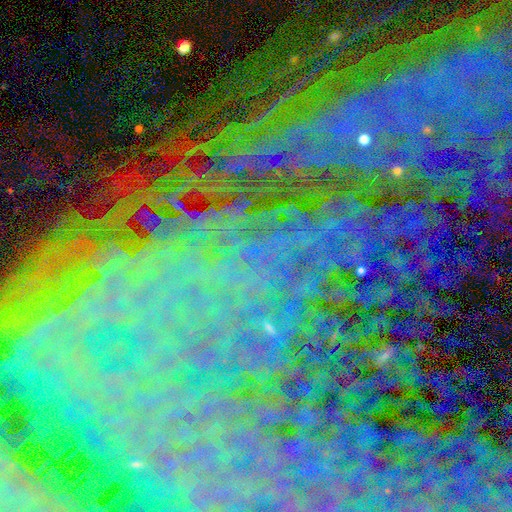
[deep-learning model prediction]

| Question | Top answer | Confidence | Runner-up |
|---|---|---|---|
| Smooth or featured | star or artifact | 80% | featured or disk (12%) |